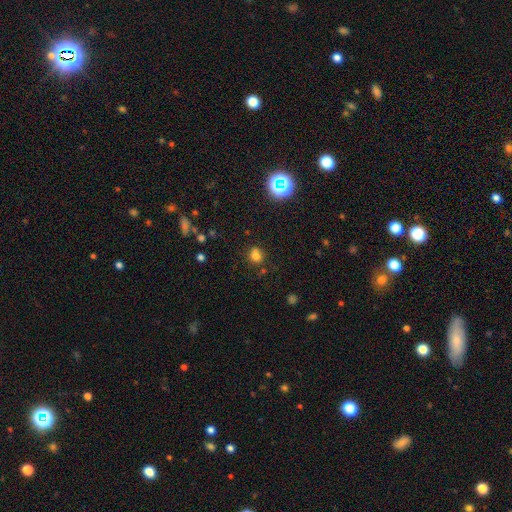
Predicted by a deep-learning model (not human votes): smooth_or_featured: smooth (p=0.71) [alt: star or artifact p=0.22]
how_rounded: round (p=0.75) [alt: in between p=0.24]
merging: none (p=0.71) [alt: minor disturbance p=0.15]